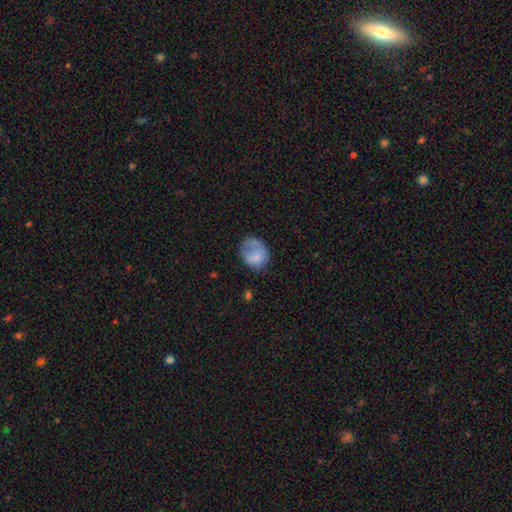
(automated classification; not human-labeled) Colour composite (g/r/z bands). It shows a smooth galaxy with no disk features (71%) that is round (52%). Merging: none (41%).